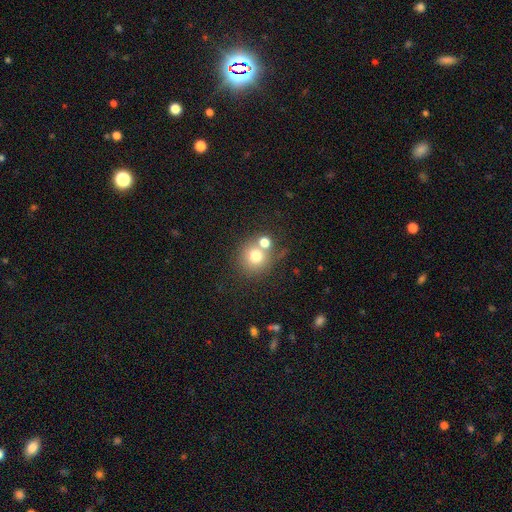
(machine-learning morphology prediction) Smooth or featured? Predicted: smooth (p=0.73). How rounded? Predicted: round (p=0.87). Merging? Predicted: none (p=0.53).